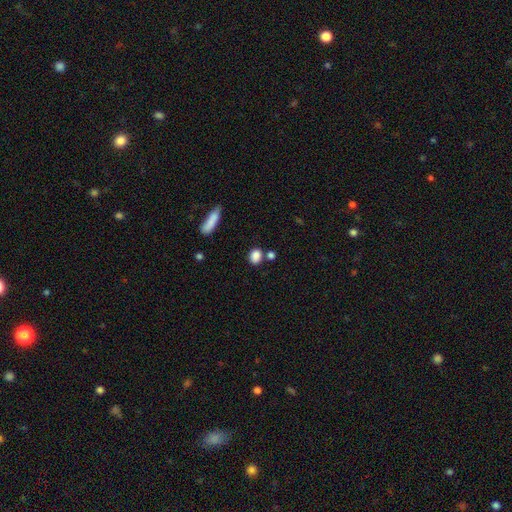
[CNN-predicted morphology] smooth-or-featured: smooth: 85% | star or artifact: 9% | featured or disk: 5%
  how-rounded: in between: 53% | round: 43% | cigar-shaped: 4%
  merging: none: 67% | merger: 15% | minor disturbance: 14% | major disturbance: 4%